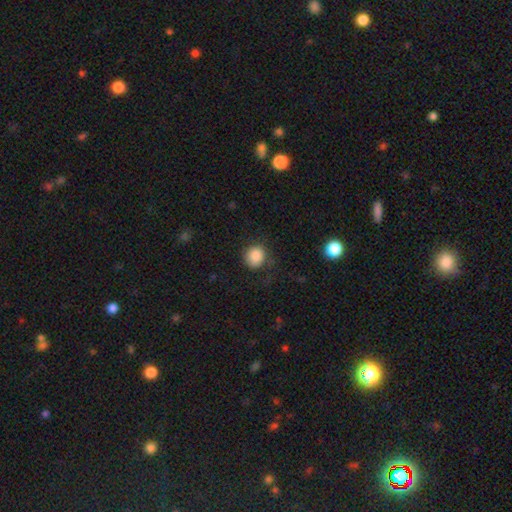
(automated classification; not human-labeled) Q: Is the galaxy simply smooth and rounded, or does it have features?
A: smooth — 87%.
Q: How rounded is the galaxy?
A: round — 85%.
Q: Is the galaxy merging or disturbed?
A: none — 75%.